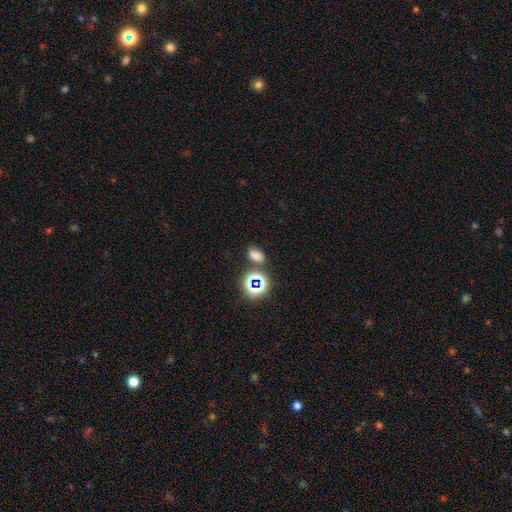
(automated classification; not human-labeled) This is likely a smooth galaxy (66%). How rounded: likely in between (79%). Merging: likely none (71%).